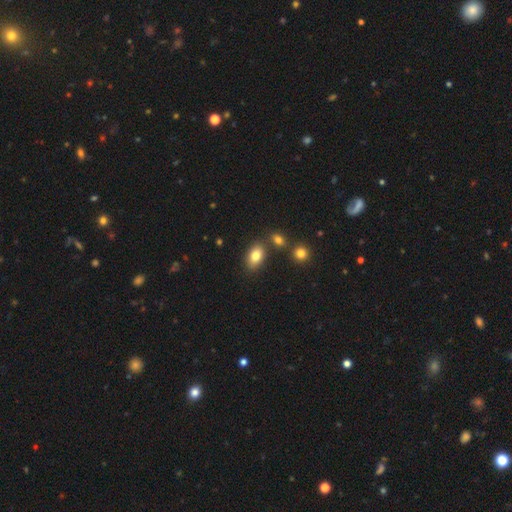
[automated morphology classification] smooth_or_featured: smooth (p=0.81) [alt: featured or disk p=0.10]
how_rounded: in between (p=0.88) [alt: round p=0.10]
merging: none (p=0.75) [alt: merger p=0.11]